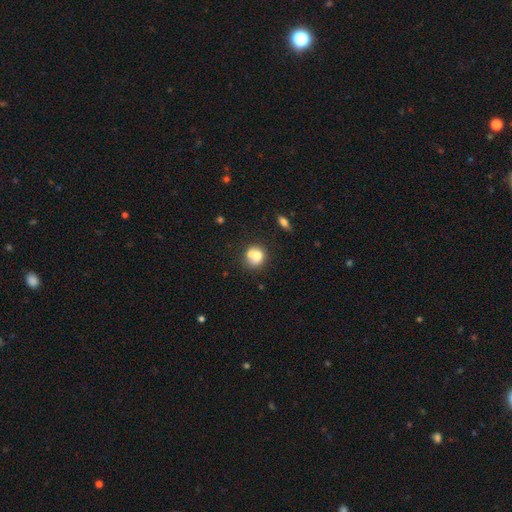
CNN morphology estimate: Smooth or featured: smooth — 67% (featured or disk — 23%)
How rounded: round — 69% (in between — 30%)
Merging: merger — 51% (none — 32%)